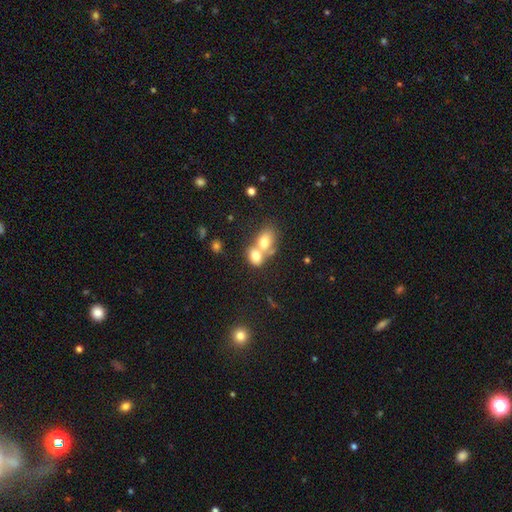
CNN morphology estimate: Smooth or featured? smooth (72%)
How rounded? in between (63%)
Merging? merger (69%)